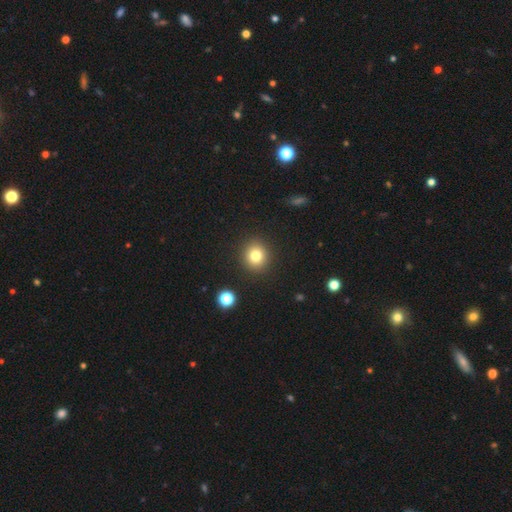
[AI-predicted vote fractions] This is likely a smooth galaxy (79%). How rounded: clearly round (90%). Merging: clearly none (91%).